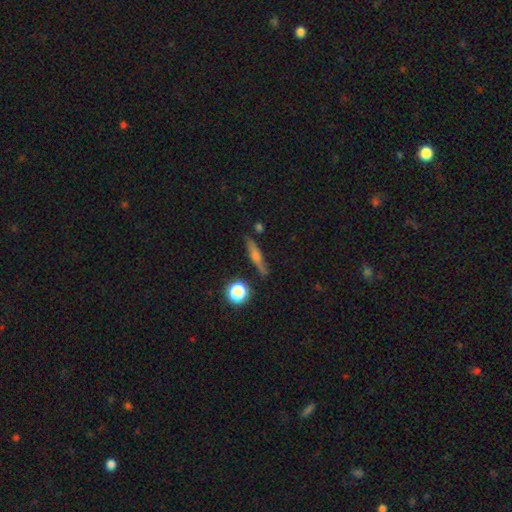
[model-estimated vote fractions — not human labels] This appears to be a featured or disk galaxy (53%) viewed edge-on (92%). Merging: none (84%).